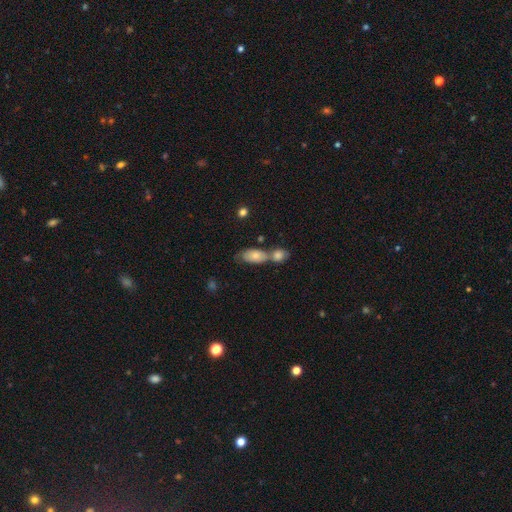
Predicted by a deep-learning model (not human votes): Smooth or featured? Predicted: smooth (p=0.73). How rounded? Predicted: in between (p=0.87). Merging? Predicted: merger (p=0.51).